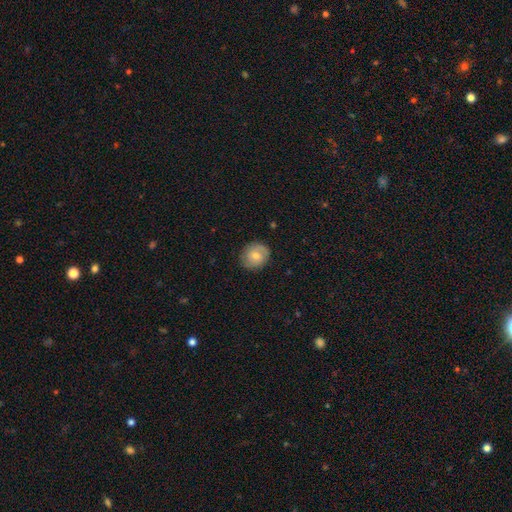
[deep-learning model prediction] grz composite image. It shows a smooth galaxy with no disk features (65%) that is round (77%). Merging: none (83%).